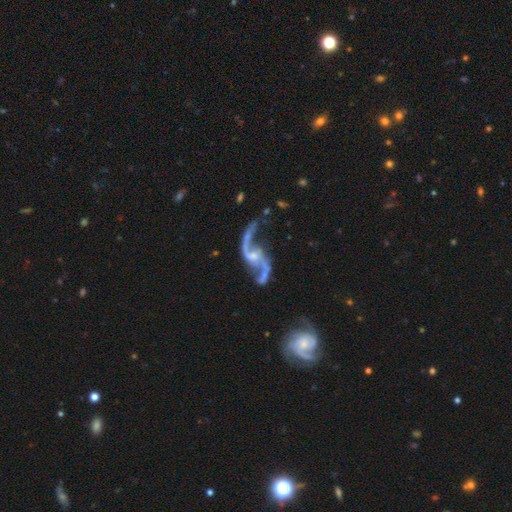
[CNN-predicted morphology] Smooth or featured?
  - featured or disk: 91% *
  - star or artifact: 6%
  - smooth: 4%
Edge-on disk?
  - no: 96% *
  - yes: 4%
Bar?
  - no: 46% *
  - weak: 40%
  - strong: 14%
Spiral arms?
  - yes: 96% *
  - no: 4%
Spiral winding?
  - loose: 85% *
  - medium: 11%
  - tight: 4%
Spiral arm count?
  - 2: 92% *
  - 1: 4%
  - can't tell: 2%
  - 3: 1%
  - 4: 1%
  - more than 4: 1%
Bulge size?
  - small: 57% *
  - moderate: 27%
  - none: 12%
  - large: 3%
  - dominant: 2%
Merging?
  - none: 51% *
  - major disturbance: 20%
  - minor disturbance: 18%
  - merger: 12%